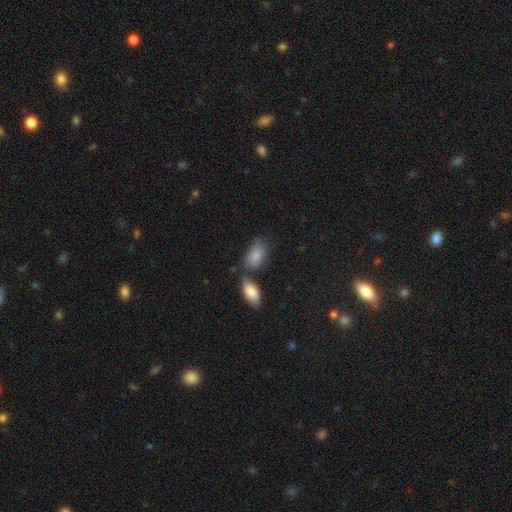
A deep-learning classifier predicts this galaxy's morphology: smooth 83%, featured or disk 9%, star or artifact 7%. Down the decision tree: how rounded — in between (92%); merging — none (47%).